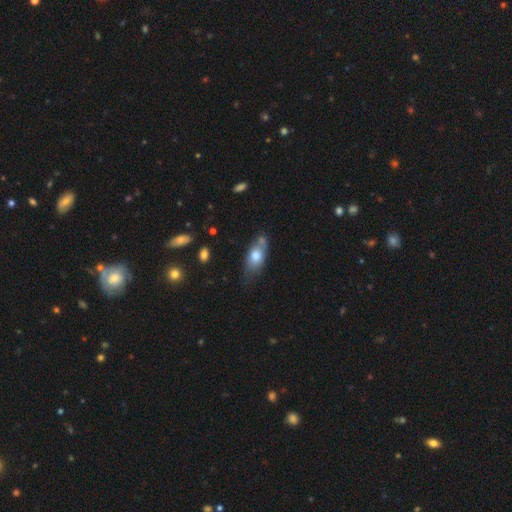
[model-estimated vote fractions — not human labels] Smooth or featured?
  - smooth: 70% *
  - featured or disk: 23%
  - star or artifact: 7%
How rounded?
  - in between: 83% *
  - cigar-shaped: 9%
  - round: 7%
Merging?
  - none: 46% *
  - minor disturbance: 30%
  - merger: 14%
  - major disturbance: 10%